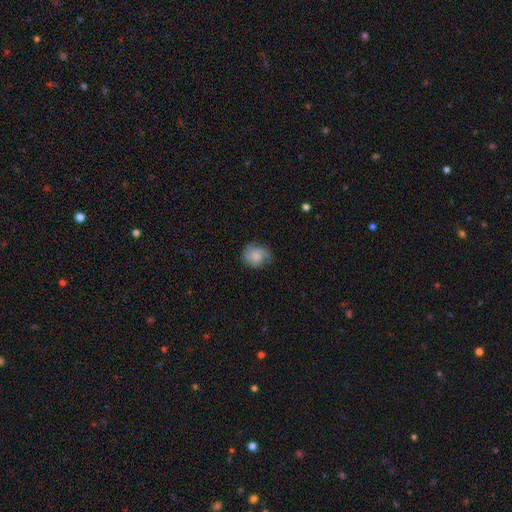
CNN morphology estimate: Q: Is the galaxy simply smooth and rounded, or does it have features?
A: featured or disk — 49%.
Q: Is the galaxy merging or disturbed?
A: none — 69%.